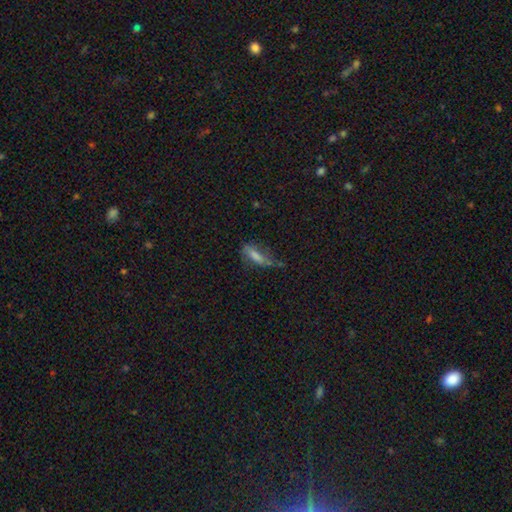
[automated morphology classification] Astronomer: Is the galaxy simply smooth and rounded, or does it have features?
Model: smooth — 55% (runner-up: featured or disk, 32%).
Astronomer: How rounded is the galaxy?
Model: cigar-shaped — 52% (runner-up: in between, 45%).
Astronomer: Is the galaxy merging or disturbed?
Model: none — 46% (runner-up: minor disturbance, 31%).